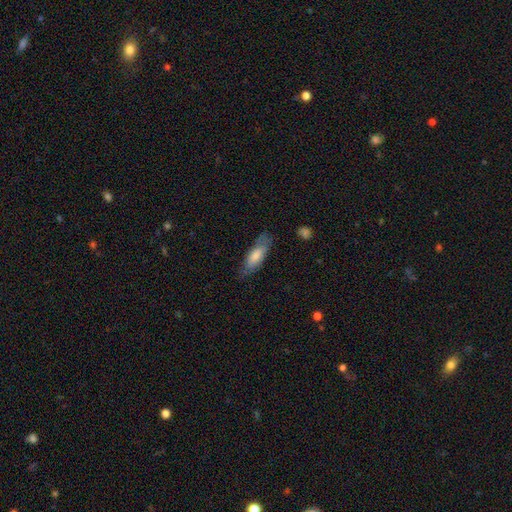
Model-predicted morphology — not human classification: Smooth or featured? smooth (74%)
How rounded? in between (62%)
Merging? none (69%)